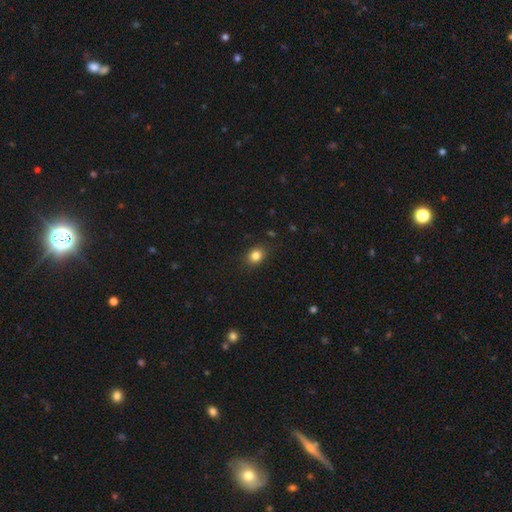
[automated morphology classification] Smooth or featured: smooth — 83% (star or artifact — 11%)
How rounded: round — 50% (in between — 49%)
Merging: none — 84% (minor disturbance — 12%)